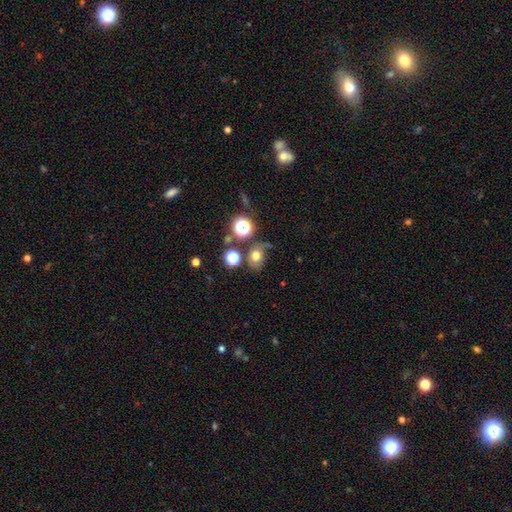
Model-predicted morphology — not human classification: smooth-or-featured: smooth: 68% | star or artifact: 19% | featured or disk: 14%
  how-rounded: round: 54% | in between: 45% | cigar-shaped: 1%
  merging: none: 58% | minor disturbance: 21% | merger: 11% | major disturbance: 10%